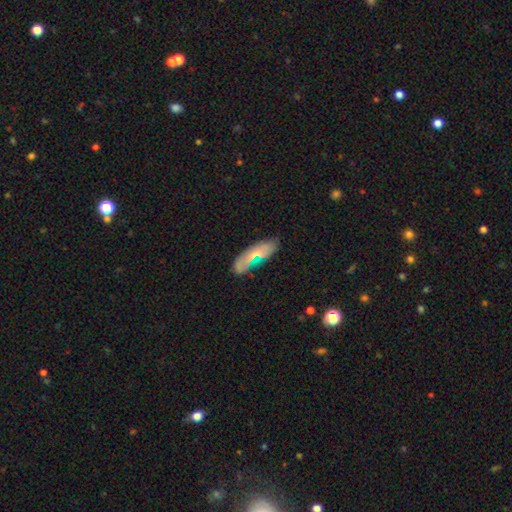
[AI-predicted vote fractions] Q: Smooth or featured?
A: smooth (55%); runner-up: featured or disk (35%)
Q: How rounded?
A: in between (63%); runner-up: cigar-shaped (34%)
Q: Merging?
A: none (69%); runner-up: minor disturbance (20%)